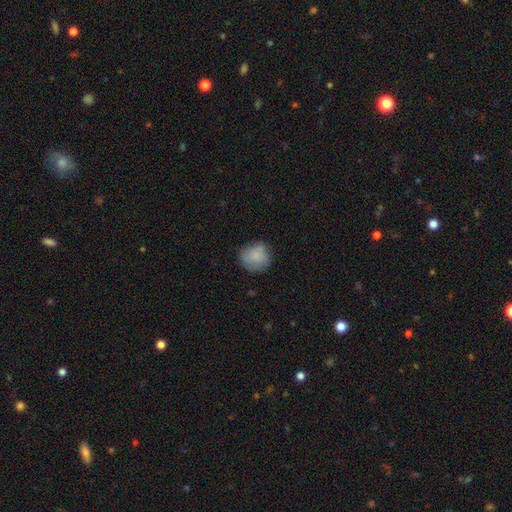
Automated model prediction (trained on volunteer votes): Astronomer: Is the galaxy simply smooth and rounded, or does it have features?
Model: smooth — 82%.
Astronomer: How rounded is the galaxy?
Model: round — 85%.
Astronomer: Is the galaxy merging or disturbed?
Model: none — 73%.